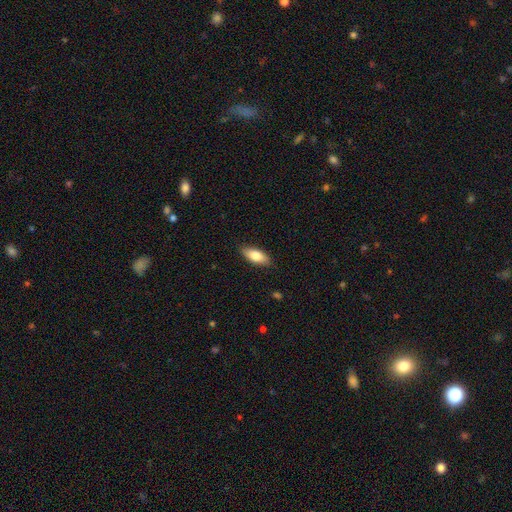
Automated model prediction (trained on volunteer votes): A smooth galaxy with no disk features (79%) that is in between round and cigar-shaped (82%).

Vote fractions:
- Smooth or featured? smooth: 79% / featured or disk: 14% / star or artifact: 6%
- How rounded? in between: 82% / cigar-shaped: 16% / round: 2%
- Merging? none: 86% / minor disturbance: 11% / major disturbance: 2% / merger: 1%